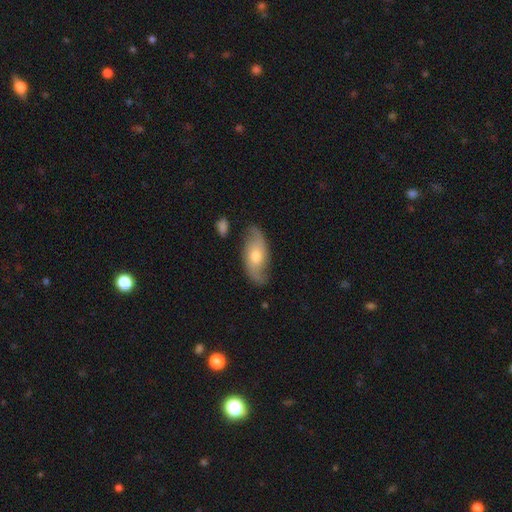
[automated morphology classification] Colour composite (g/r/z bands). It shows a featured or disk galaxy (66%) with no bar (69%), 2 (89%) loose (57%) spiral arms (88%) and a moderate central bulge (68%). Merging: none (77%).